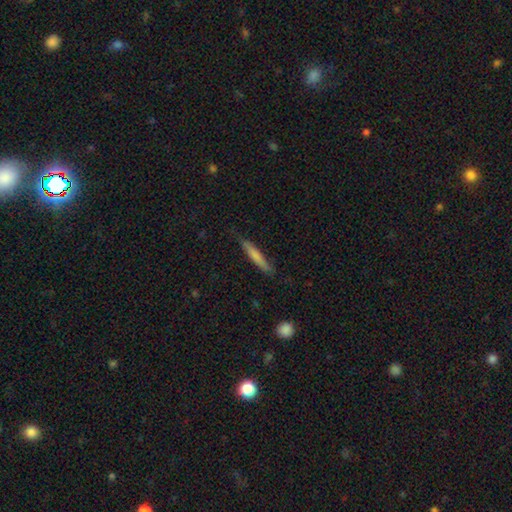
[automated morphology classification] smooth 69%, featured or disk 25%, star or artifact 6%. Down the decision tree: how rounded — cigar-shaped (93%); merging — none (80%).